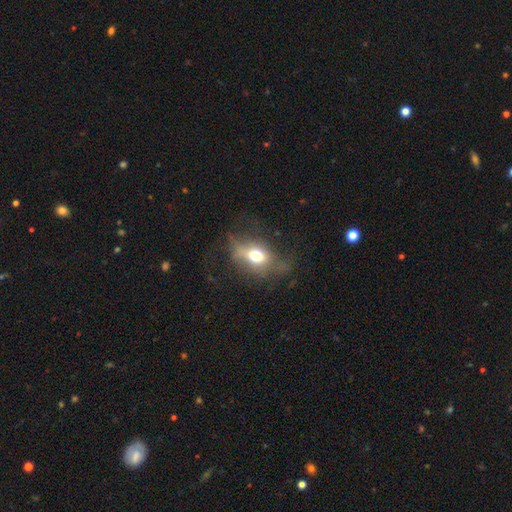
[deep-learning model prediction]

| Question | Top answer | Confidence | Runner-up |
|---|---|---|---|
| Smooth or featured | smooth | 58% | featured or disk (29%) |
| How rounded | in between | 67% | round (28%) |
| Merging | none | 52% | minor disturbance (25%) |